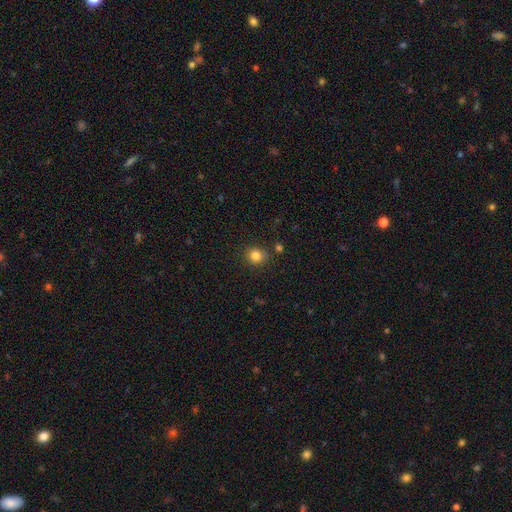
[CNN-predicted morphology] Q: Smooth or featured?
A: smooth (83%); runner-up: star or artifact (12%)
Q: How rounded?
A: round (84%); runner-up: in between (15%)
Q: Merging?
A: none (85%); runner-up: minor disturbance (9%)